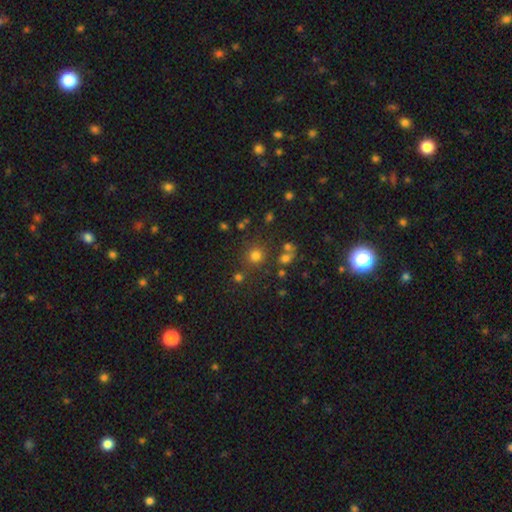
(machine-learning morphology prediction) This is likely a smooth galaxy (74%). How rounded: clearly round (91%). Merging: likely none (78%).